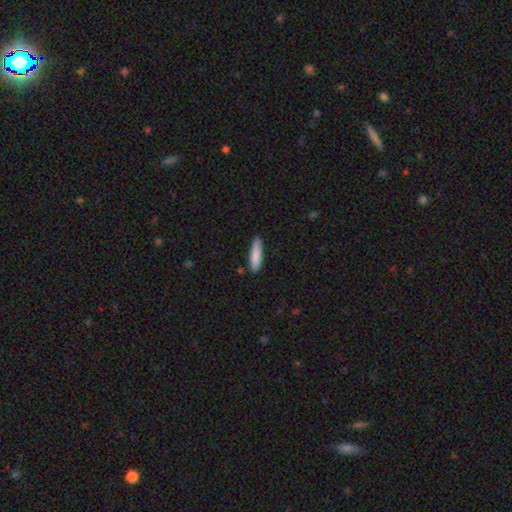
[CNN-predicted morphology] smooth_or_featured: smooth (p=0.86) [alt: featured or disk p=0.09]
how_rounded: cigar-shaped (p=0.75) [alt: in between p=0.24]
merging: none (p=0.86) [alt: minor disturbance p=0.10]